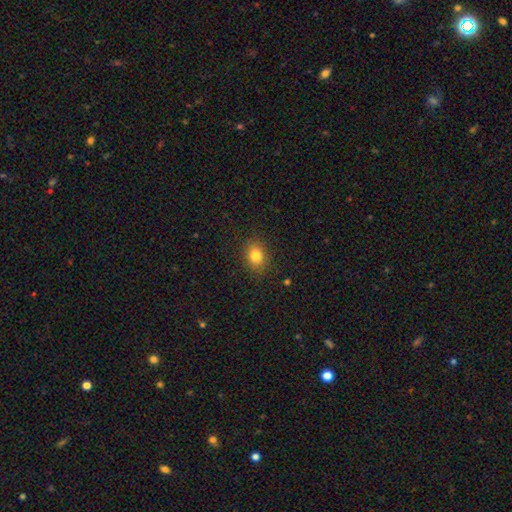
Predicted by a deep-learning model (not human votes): This is clearly a smooth galaxy (82%). How rounded: possibly in between (54%). Merging: clearly none (87%).